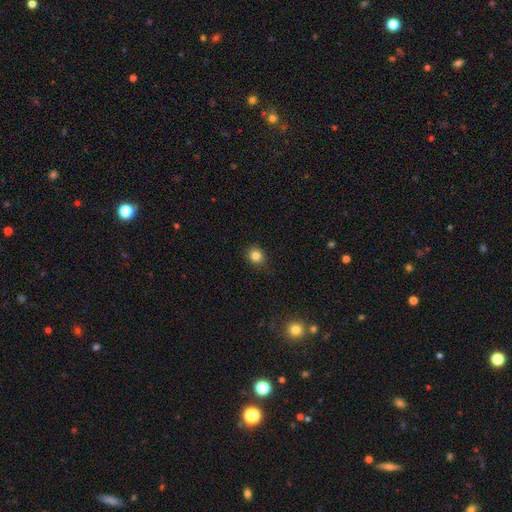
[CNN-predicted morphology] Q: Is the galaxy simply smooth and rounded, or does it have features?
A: smooth — 84%.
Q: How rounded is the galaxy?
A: round — 74%.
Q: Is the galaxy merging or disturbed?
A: none — 88%.